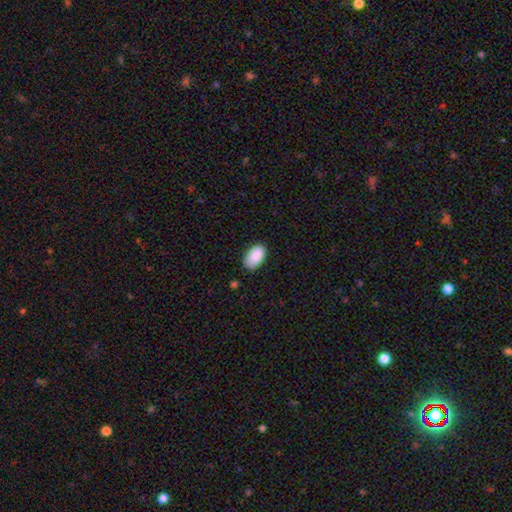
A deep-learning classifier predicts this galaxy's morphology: Smooth or featured: smooth — 90% (star or artifact — 7%)
How rounded: in between — 94% (round — 4%)
Merging: none — 80% (minor disturbance — 16%)